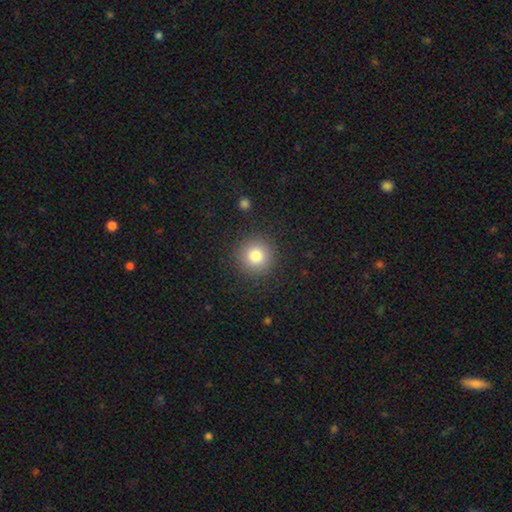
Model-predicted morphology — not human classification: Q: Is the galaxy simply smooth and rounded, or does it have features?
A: smooth — 82%.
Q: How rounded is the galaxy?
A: round — 95%.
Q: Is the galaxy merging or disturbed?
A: none — 90%.